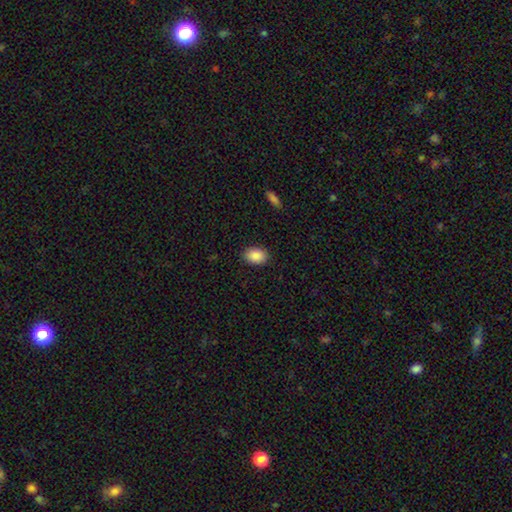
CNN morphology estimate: The model was most divided on "how rounded": in between: 80%, round: 19%, cigar-shaped: 1%. More confident: smooth or featured — smooth (89%); merging — none (89%).